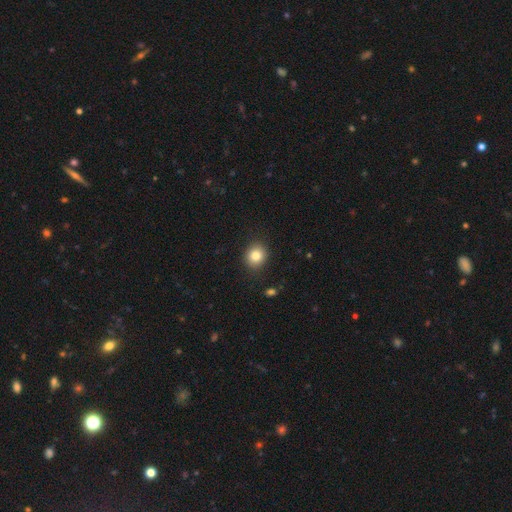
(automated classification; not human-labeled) Overall: smooth (82%). How rounded: round (75%). Merging: none (88%).